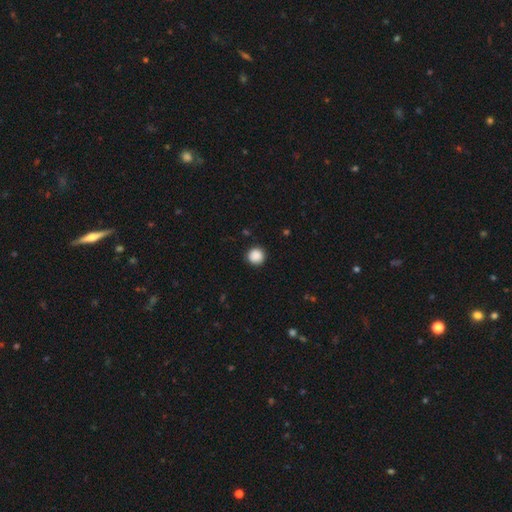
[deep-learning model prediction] Smooth or featured?
  - smooth: 88% *
  - star or artifact: 9%
  - featured or disk: 2%
How rounded?
  - round: 95% *
  - in between: 4%
  - cigar-shaped: 1%
Merging?
  - none: 91% *
  - minor disturbance: 6%
  - major disturbance: 2%
  - merger: 1%